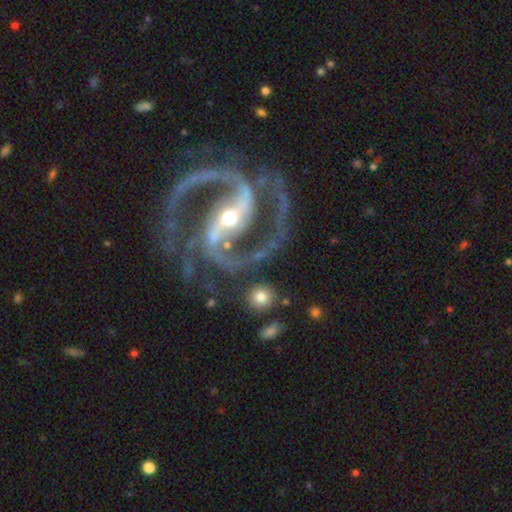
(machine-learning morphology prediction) Q: Smooth or featured?
A: featured or disk (94%); runner-up: star or artifact (4%)
Q: Edge-on disk?
A: no (98%); runner-up: yes (2%)
Q: Bar?
A: strong (74%); runner-up: weak (18%)
Q: Spiral arms?
A: yes (99%); runner-up: no (1%)
Q: Spiral winding?
A: medium (67%); runner-up: tight (23%)
Q: Spiral arm count?
A: 2 (91%); runner-up: 3 (4%)
Q: Bulge size?
A: small (55%); runner-up: moderate (42%)
Q: Merging?
A: none (74%); runner-up: minor disturbance (15%)